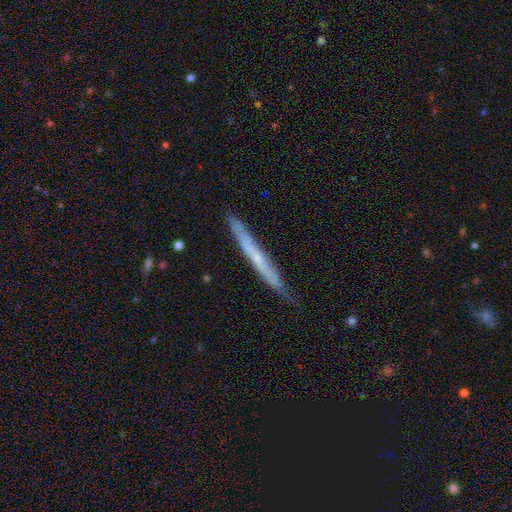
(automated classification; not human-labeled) featured or disk 57%, smooth 36%, star or artifact 7%. Down the decision tree: edge-on disk — yes (93%); edge-on bulge — none (67%); merging — none (81%).